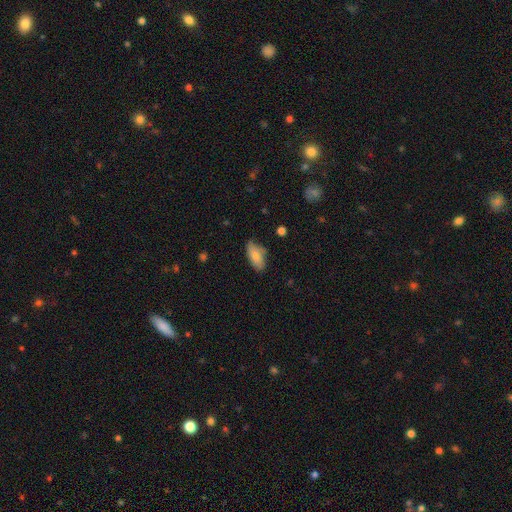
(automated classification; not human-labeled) Smooth or featured? Predicted: smooth (p=0.76). How rounded? Predicted: in between (p=0.87). Merging? Predicted: none (p=0.61).